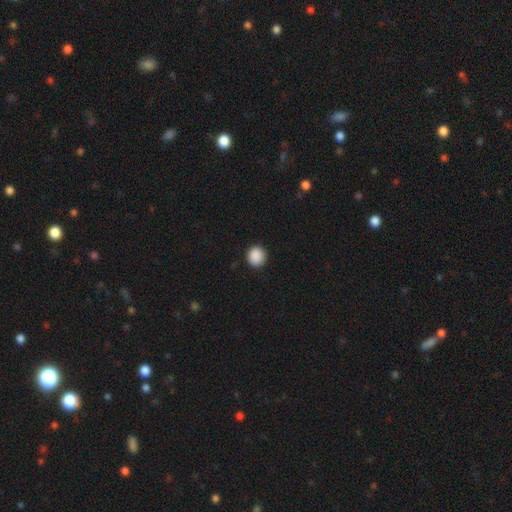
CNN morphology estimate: Smooth or featured?
  - smooth: 89% *
  - star or artifact: 9%
  - featured or disk: 2%
How rounded?
  - round: 90% *
  - in between: 9%
  - cigar-shaped: 1%
Merging?
  - none: 91% *
  - minor disturbance: 6%
  - major disturbance: 2%
  - merger: 1%